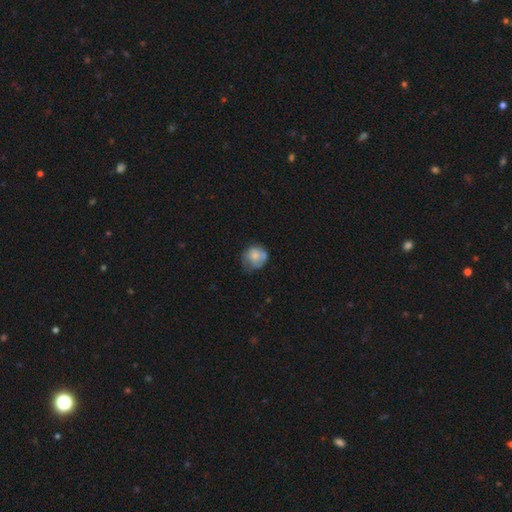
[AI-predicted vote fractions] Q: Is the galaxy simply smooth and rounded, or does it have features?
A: smooth — 65%.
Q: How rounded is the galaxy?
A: round — 76%.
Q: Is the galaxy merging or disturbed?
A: none — 48%.